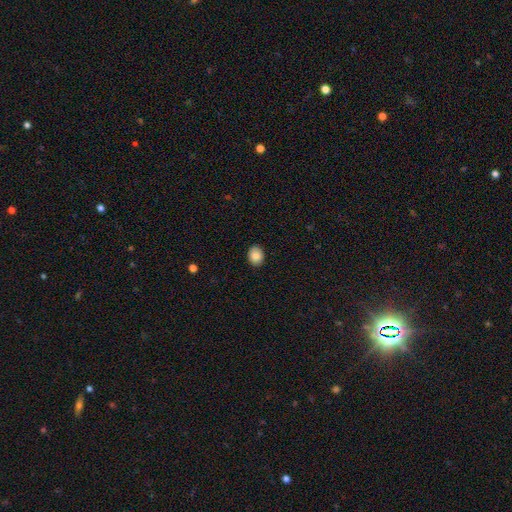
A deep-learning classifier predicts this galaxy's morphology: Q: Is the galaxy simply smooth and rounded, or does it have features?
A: smooth — 86%.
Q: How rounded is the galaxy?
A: in between — 57%.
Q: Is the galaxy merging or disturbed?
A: none — 89%.